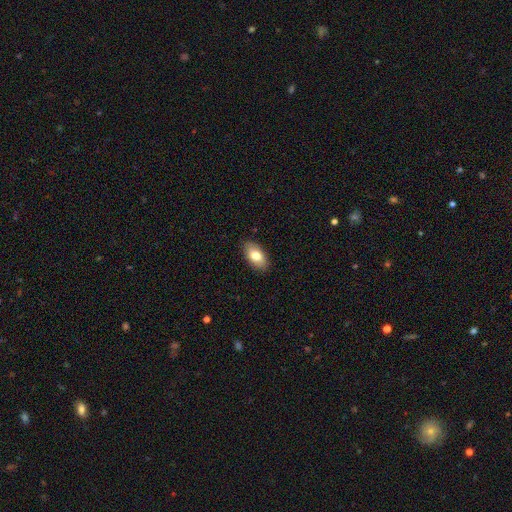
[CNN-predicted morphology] smooth-or-featured: smooth: 79% | featured or disk: 14% | star or artifact: 7%
  how-rounded: in between: 93% | round: 4% | cigar-shaped: 3%
  merging: none: 88% | minor disturbance: 9% | major disturbance: 2% | merger: 1%